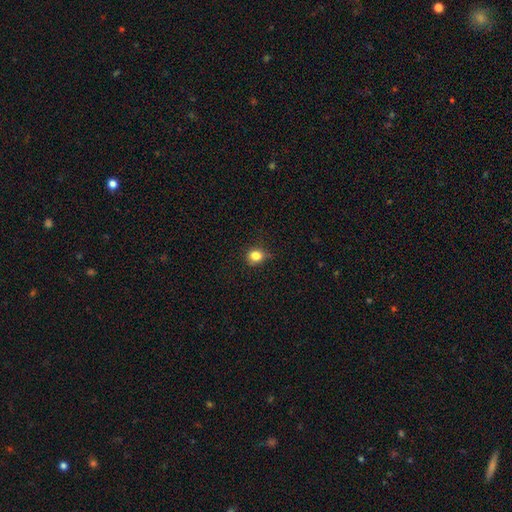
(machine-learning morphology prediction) Smooth or featured?
  - smooth: 83% *
  - star or artifact: 12%
  - featured or disk: 5%
How rounded?
  - round: 72% *
  - in between: 27%
  - cigar-shaped: 1%
Merging?
  - none: 79% *
  - minor disturbance: 16%
  - major disturbance: 3%
  - merger: 1%